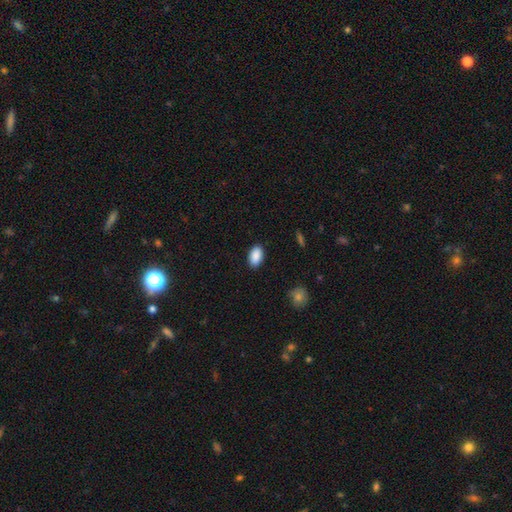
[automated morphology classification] A smooth galaxy with no disk features (90%) that is in between round and cigar-shaped (92%).

Vote fractions:
- Smooth or featured? smooth: 90% / star or artifact: 7% / featured or disk: 3%
- How rounded? in between: 92% / round: 6% / cigar-shaped: 2%
- Merging? none: 88% / minor disturbance: 9% / major disturbance: 2% / merger: 1%